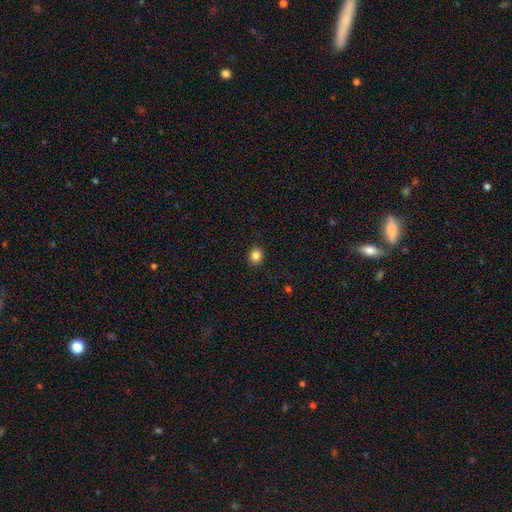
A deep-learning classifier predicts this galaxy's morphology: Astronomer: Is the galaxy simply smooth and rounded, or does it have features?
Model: smooth — 84%.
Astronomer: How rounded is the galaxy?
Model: round — 77%.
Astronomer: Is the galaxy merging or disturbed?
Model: none — 92%.